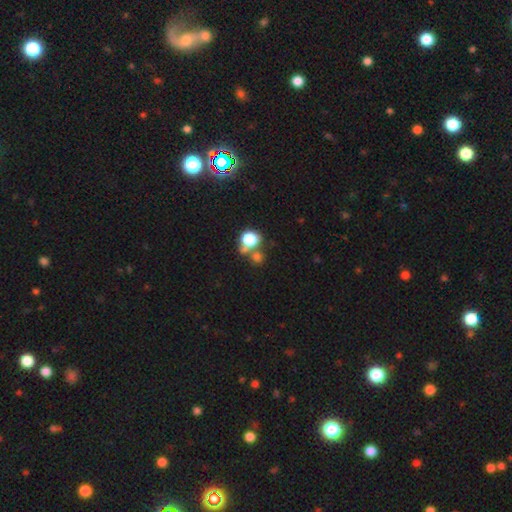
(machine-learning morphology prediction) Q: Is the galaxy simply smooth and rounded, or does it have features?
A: smooth — 58%.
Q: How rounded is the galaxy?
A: round — 80%.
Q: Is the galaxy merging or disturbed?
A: none — 58%.